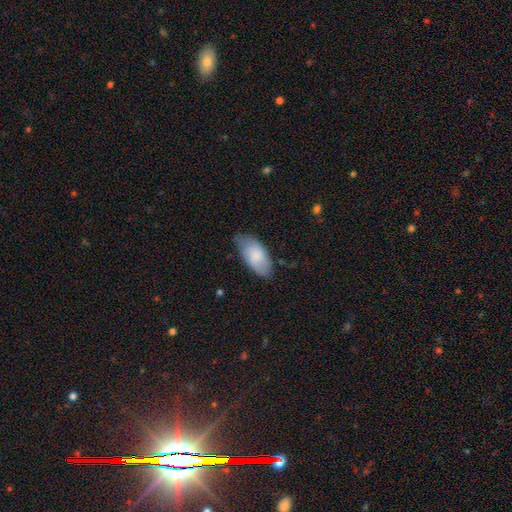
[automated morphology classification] Overall: smooth (82%). How rounded: in between (93%). Merging: none (67%).